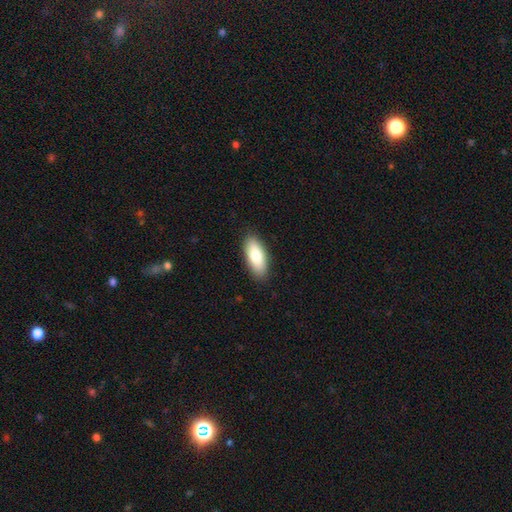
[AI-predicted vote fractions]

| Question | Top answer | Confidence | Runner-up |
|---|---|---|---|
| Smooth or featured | smooth | 80% | featured or disk (14%) |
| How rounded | in between | 82% | cigar-shaped (16%) |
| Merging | none | 89% | minor disturbance (9%) |